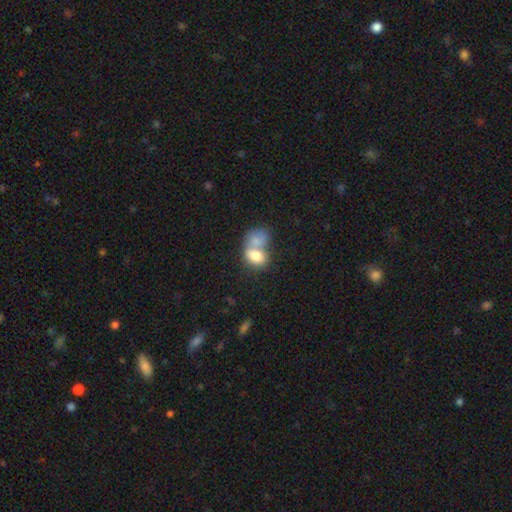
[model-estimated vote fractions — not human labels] smooth-or-featured: smooth: 75% | featured or disk: 17% | star or artifact: 8%
  how-rounded: in between: 66% | round: 32% | cigar-shaped: 1%
  merging: merger: 70% | none: 17% | minor disturbance: 7% | major disturbance: 6%